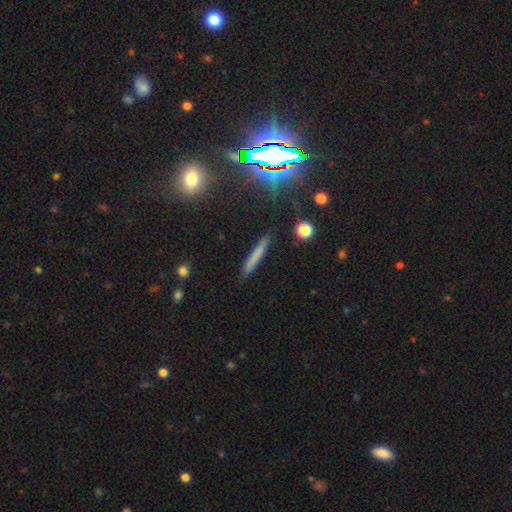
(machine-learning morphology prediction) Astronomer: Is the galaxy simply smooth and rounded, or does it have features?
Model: smooth — 65%.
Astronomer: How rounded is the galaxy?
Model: cigar-shaped — 93%.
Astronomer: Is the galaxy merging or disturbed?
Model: none — 88%.